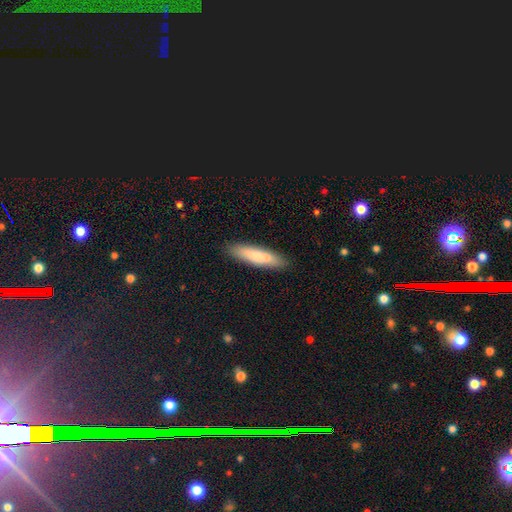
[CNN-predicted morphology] smooth 74%, featured or disk 20%, star or artifact 6%. Down the decision tree: how rounded — cigar-shaped (71%); merging — none (79%).